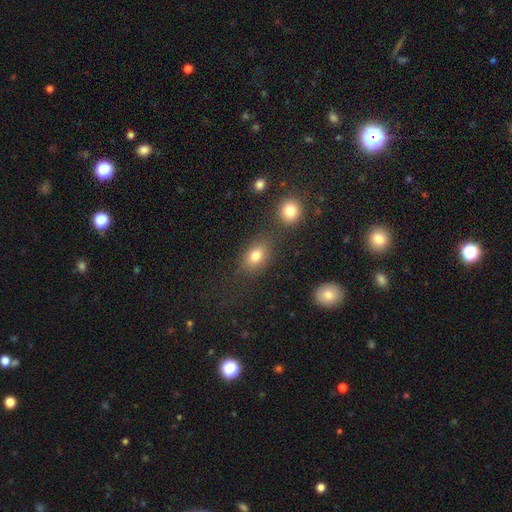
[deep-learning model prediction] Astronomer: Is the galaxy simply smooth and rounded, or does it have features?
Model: smooth — 77%.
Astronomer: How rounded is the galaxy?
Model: in between — 70%.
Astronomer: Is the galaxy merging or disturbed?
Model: none — 71%.